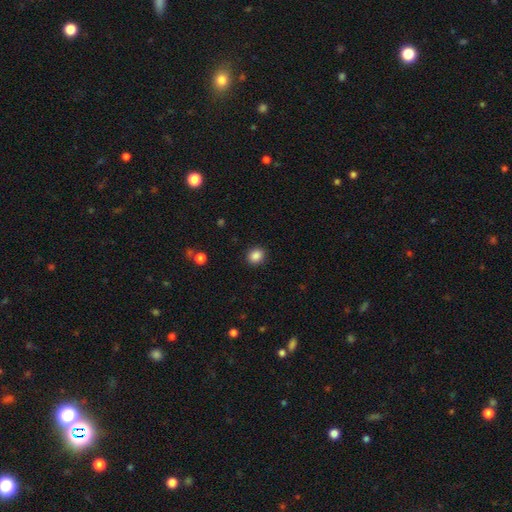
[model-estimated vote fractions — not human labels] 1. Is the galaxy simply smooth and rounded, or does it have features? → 87% smooth, 10% star or artifact, 3% featured or disk.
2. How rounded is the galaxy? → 70% round, 29% in between, 1% cigar-shaped.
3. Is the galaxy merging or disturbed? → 91% none, 6% minor disturbance, 2% major disturbance, 1% merger.